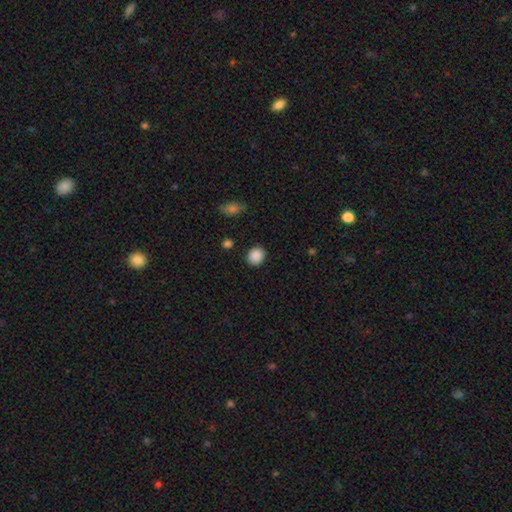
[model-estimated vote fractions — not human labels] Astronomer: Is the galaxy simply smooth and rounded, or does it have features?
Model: smooth — 88%.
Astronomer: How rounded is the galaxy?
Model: round — 70%.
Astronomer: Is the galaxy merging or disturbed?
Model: none — 88%.